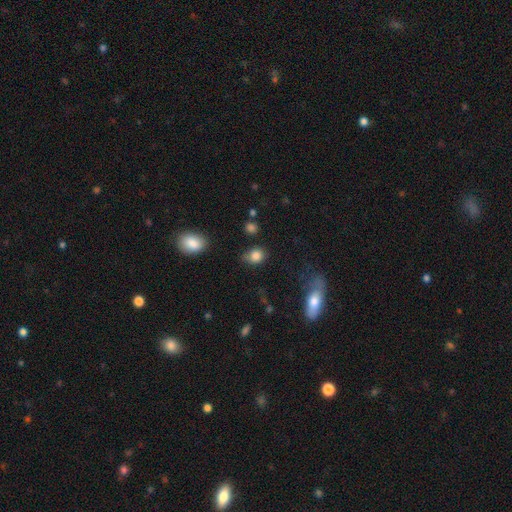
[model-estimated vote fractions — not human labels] Smooth or featured? Predicted: smooth (p=0.84). How rounded? Predicted: round (p=0.63). Merging? Predicted: none (p=0.63).